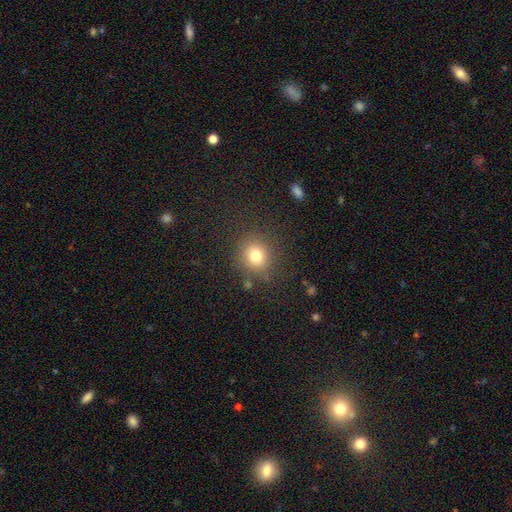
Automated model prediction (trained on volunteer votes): smooth-or-featured: smooth: 78% | star or artifact: 14% | featured or disk: 8%
  how-rounded: round: 84% | in between: 15% | cigar-shaped: 1%
  merging: none: 84% | minor disturbance: 10% | major disturbance: 4% | merger: 2%